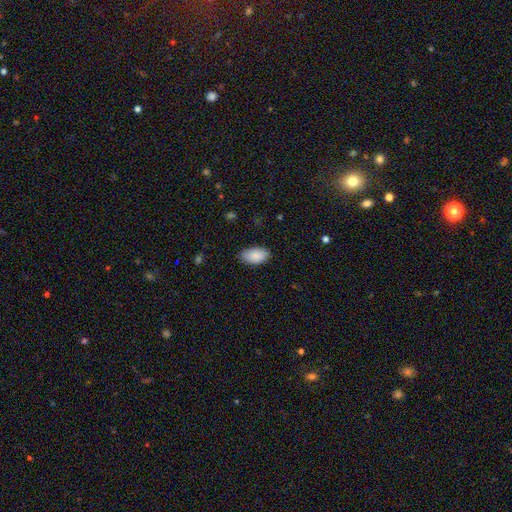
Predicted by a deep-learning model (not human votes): Smooth or featured? smooth (89%)
How rounded? in between (95%)
Merging? none (84%)